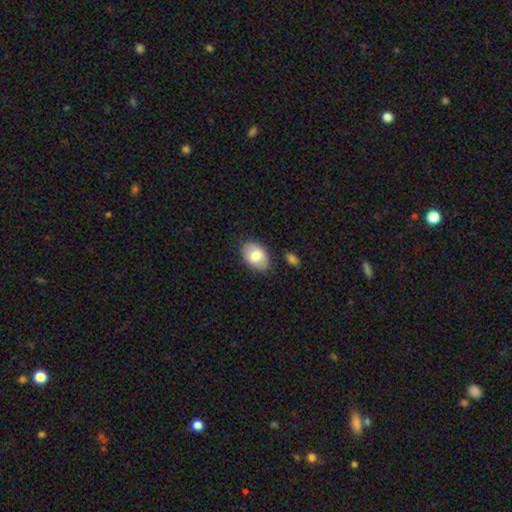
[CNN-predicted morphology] type=smooth (76%); roundness=in between (86%); merging=none (79%).